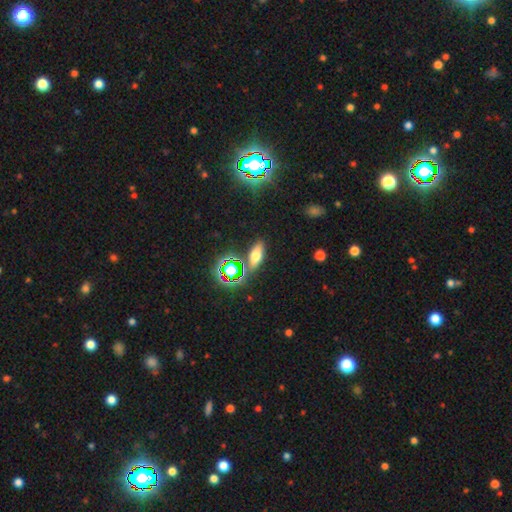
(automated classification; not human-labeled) A smooth galaxy with no disk features (57%) that is in between round and cigar-shaped (66%). Merging: none (81%).